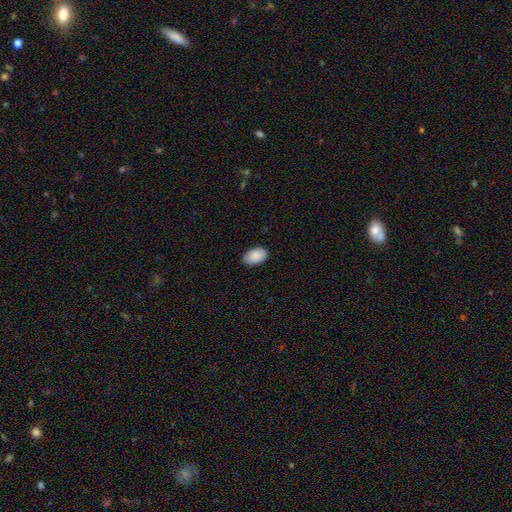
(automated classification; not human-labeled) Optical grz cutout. It shows a smooth galaxy with no disk features (91%) that is in between round and cigar-shaped (94%). Merging: none (89%).